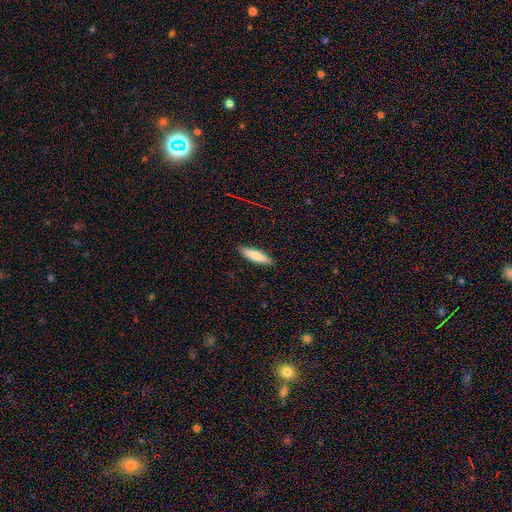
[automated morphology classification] Smooth or featured? smooth (78%)
How rounded? cigar-shaped (66%)
Merging? none (89%)